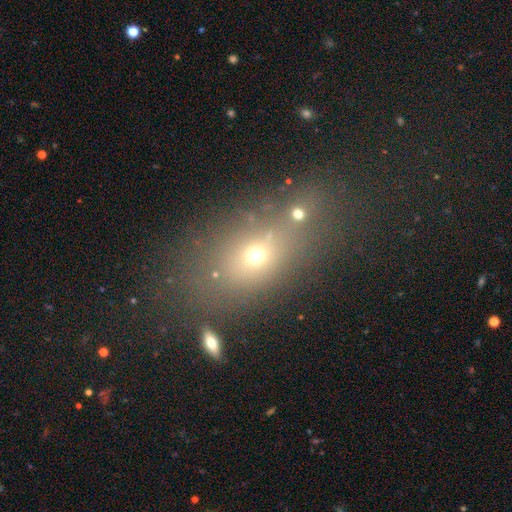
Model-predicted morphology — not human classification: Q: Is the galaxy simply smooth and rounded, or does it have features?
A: smooth — 57%.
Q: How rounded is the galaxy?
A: in between — 65%.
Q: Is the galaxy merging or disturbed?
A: none — 63%.